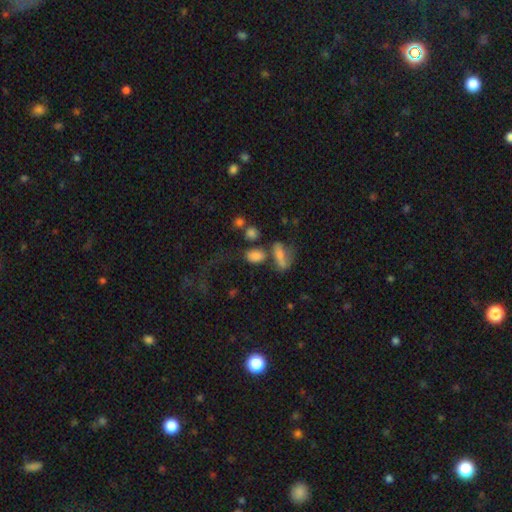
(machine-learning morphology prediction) smooth-or-featured: smooth: 73% | star or artifact: 14% | featured or disk: 13%
  how-rounded: in between: 67% | round: 27% | cigar-shaped: 6%
  merging: none: 43% | merger: 29% | minor disturbance: 15% | major disturbance: 14%